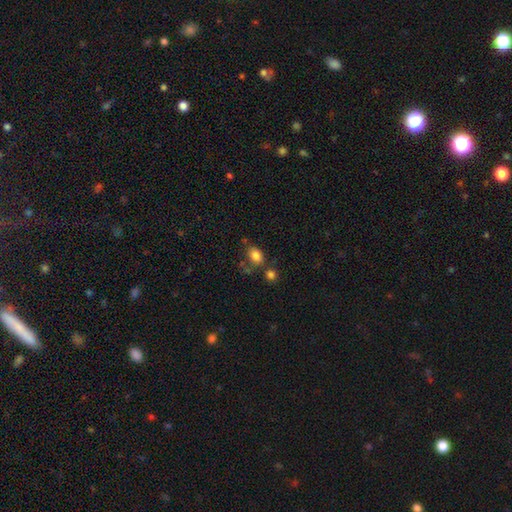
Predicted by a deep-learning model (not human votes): Smooth or featured: smooth — 82% (star or artifact — 10%)
How rounded: in between — 75% (round — 24%)
Merging: none — 59% (merger — 17%)